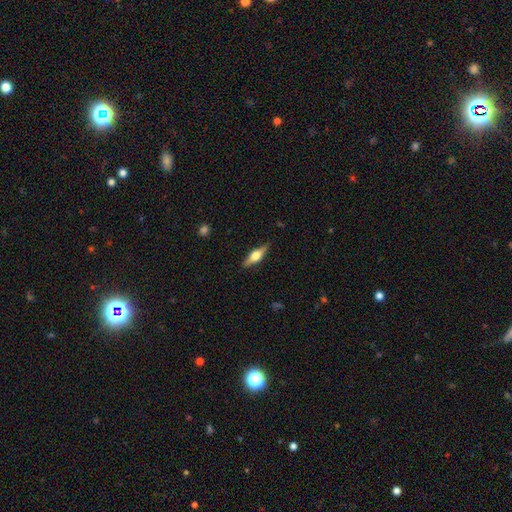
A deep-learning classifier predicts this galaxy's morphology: A featured or disk galaxy (62%) viewed edge-on (95%) with a rounded central bulge (93%).

Vote fractions:
- Smooth or featured? featured or disk: 62% / smooth: 32% / star or artifact: 6%
- Edge-on disk? yes: 95% / no: 5%
- Edge-on bulge? rounded: 93% / boxy: 6% / none: 1%
- Merging? none: 87% / minor disturbance: 10% / major disturbance: 2% / merger: 1%